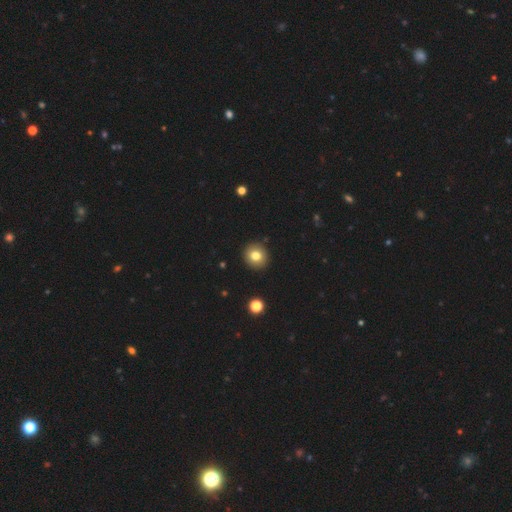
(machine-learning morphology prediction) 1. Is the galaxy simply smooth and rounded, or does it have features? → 80% smooth, 11% star or artifact, 9% featured or disk.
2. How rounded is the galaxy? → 87% round, 12% in between, 1% cigar-shaped.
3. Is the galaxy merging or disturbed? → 90% none, 6% minor disturbance, 2% major disturbance, 1% merger.